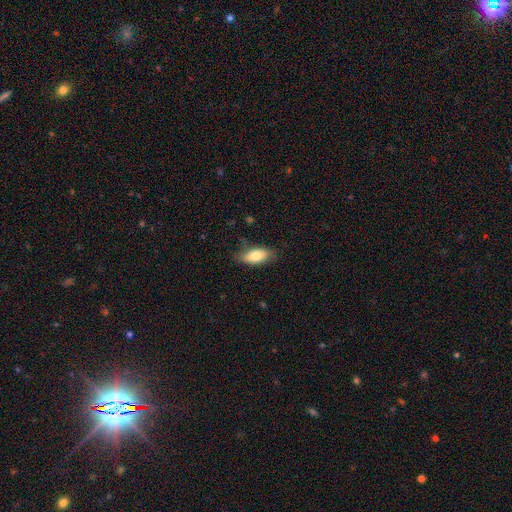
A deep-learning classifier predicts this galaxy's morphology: Q: Smooth or featured?
A: smooth (78%); runner-up: featured or disk (15%)
Q: How rounded?
A: in between (85%); runner-up: cigar-shaped (12%)
Q: Merging?
A: none (78%); runner-up: minor disturbance (17%)